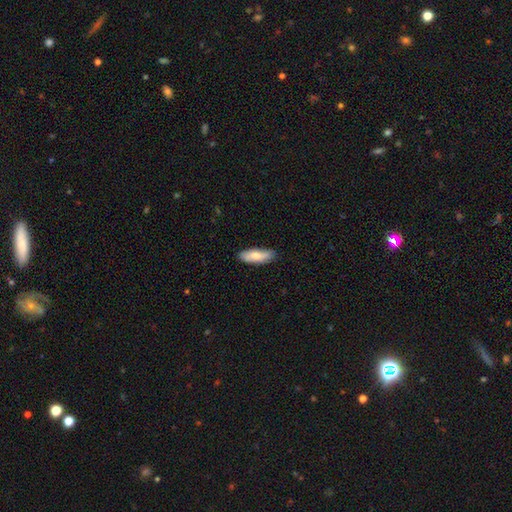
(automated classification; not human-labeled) Smooth or featured: smooth — 76% (featured or disk — 19%)
How rounded: in between — 61% (cigar-shaped — 36%)
Merging: none — 85% (minor disturbance — 12%)